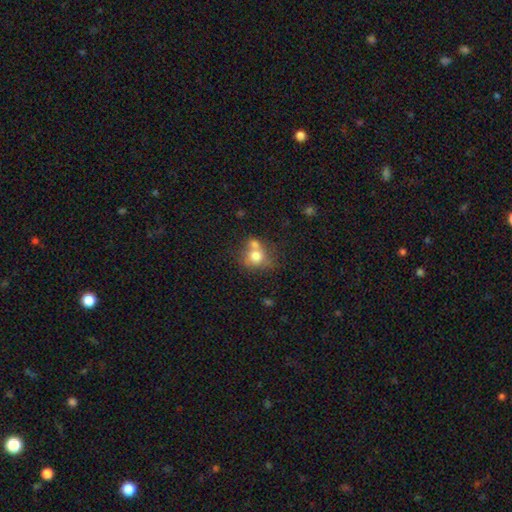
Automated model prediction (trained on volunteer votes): smooth_or_featured: smooth (p=0.73) [alt: featured or disk p=0.17]
how_rounded: round (p=0.74) [alt: in between p=0.25]
merging: merger (p=0.46) [alt: none p=0.36]